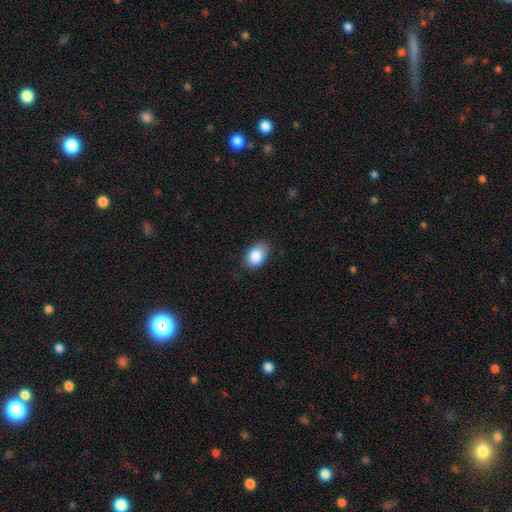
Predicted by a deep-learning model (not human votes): Q: Smooth or featured?
A: smooth (86%); runner-up: star or artifact (8%)
Q: How rounded?
A: in between (81%); runner-up: round (18%)
Q: Merging?
A: none (79%); runner-up: minor disturbance (17%)